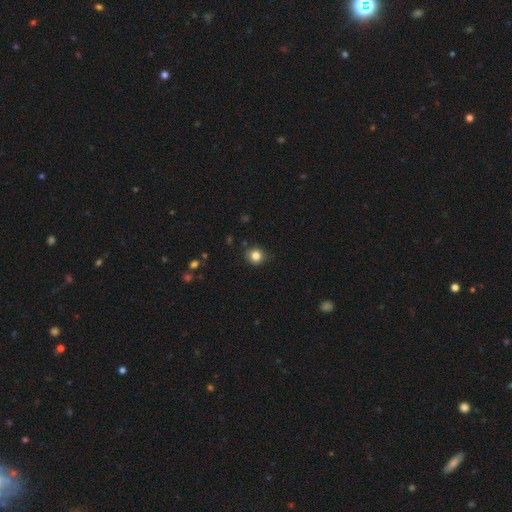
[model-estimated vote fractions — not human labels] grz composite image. It shows a smooth galaxy with no disk features (83%) that is round (87%). Merging: none (88%).